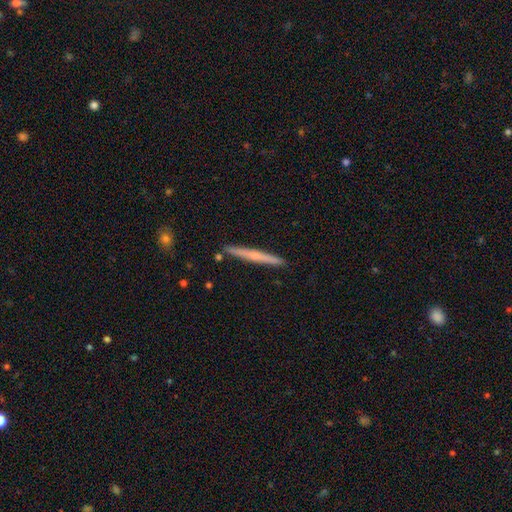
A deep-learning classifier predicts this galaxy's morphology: Smooth or featured? Predicted: featured or disk (p=0.49). Merging? Predicted: none (p=0.91).